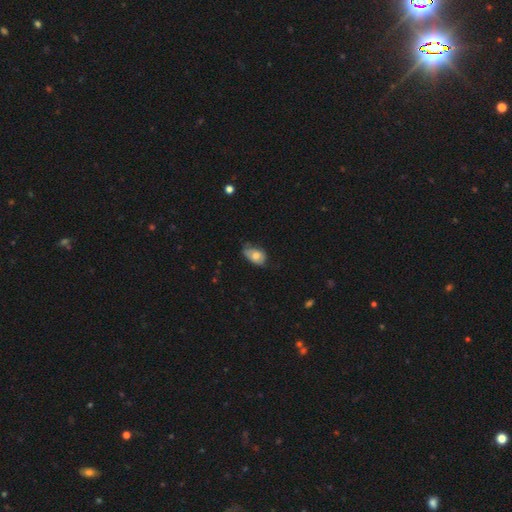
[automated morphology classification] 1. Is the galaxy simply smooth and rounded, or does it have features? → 68% smooth, 24% featured or disk, 8% star or artifact.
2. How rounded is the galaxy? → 87% in between, 11% round, 2% cigar-shaped.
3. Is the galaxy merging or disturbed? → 43% none (tied), 43% minor disturbance (tied), 12% major disturbance, 2% merger.